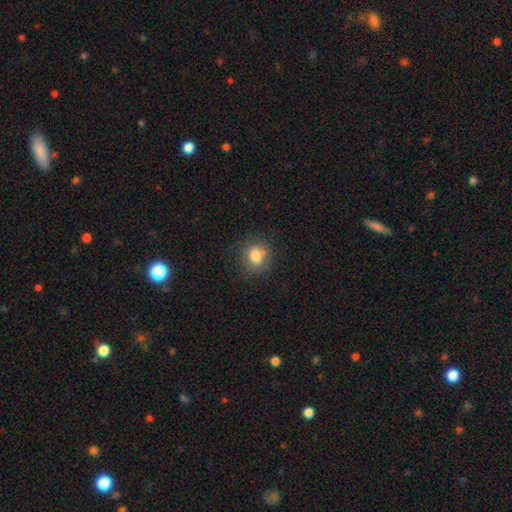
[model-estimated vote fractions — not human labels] smooth_or_featured: smooth (p=0.78) [alt: star or artifact p=0.11]
how_rounded: round (p=0.65) [alt: in between p=0.34]
merging: none (p=0.70) [alt: minor disturbance p=0.17]